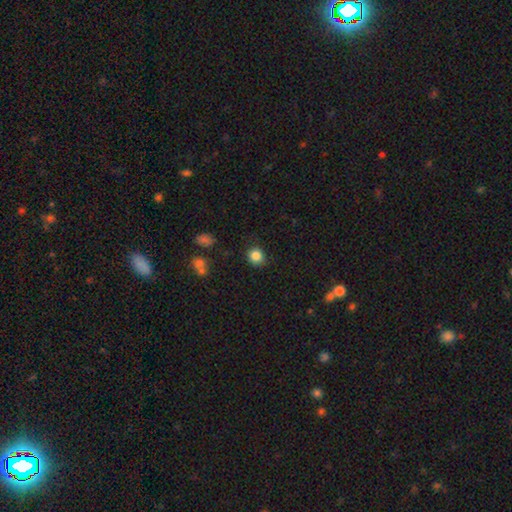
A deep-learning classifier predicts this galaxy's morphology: smooth-or-featured: smooth: 85% | star or artifact: 11% | featured or disk: 4%
  how-rounded: round: 81% | in between: 18% | cigar-shaped: 1%
  merging: none: 84% | minor disturbance: 12% | major disturbance: 3% | merger: 2%